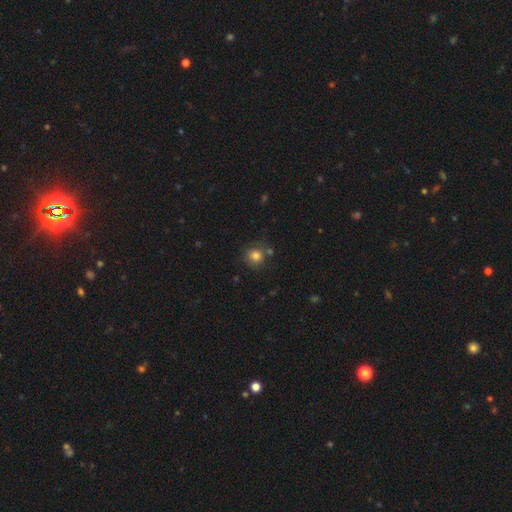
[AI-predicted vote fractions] A smooth galaxy with no disk features (82%) that is round (86%). Merging: none (74%).